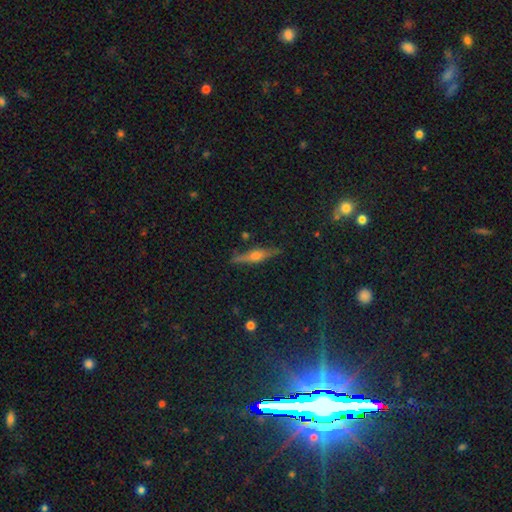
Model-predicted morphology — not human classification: smooth-or-featured: featured or disk: 69% | smooth: 22% | star or artifact: 9%
  disk-edge-on: yes: 97% | no: 3%
    edge-on-bulge: rounded: 87% | boxy: 8% | none: 4%
  merging: none: 88% | minor disturbance: 9% | major disturbance: 2% | merger: 2%